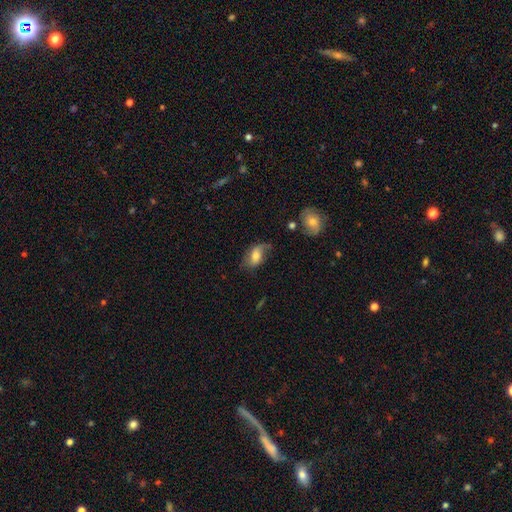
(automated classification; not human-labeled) A smooth galaxy with no disk features (50%) that is in between round and cigar-shaped (88%). Merging: none (48%).